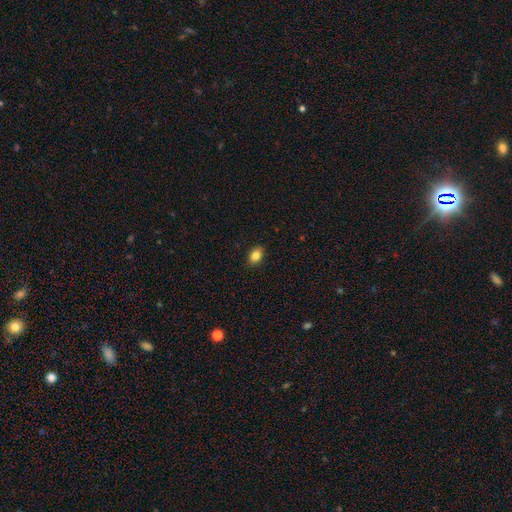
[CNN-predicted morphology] A smooth galaxy with no disk features (84%) that is in between round and cigar-shaped (78%).

Vote fractions:
- Smooth or featured? smooth: 84% / star or artifact: 9% / featured or disk: 7%
- How rounded? in between: 78% / round: 20% / cigar-shaped: 1%
- Merging? none: 89% / minor disturbance: 9% / major disturbance: 2% / merger: 1%